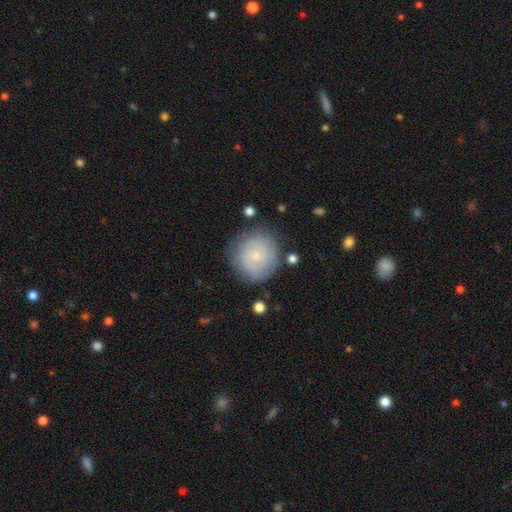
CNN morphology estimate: This is possibly a featured or disk galaxy (51%). It is clearly not viewed edge-on (97%). Merging: clearly none (80%).